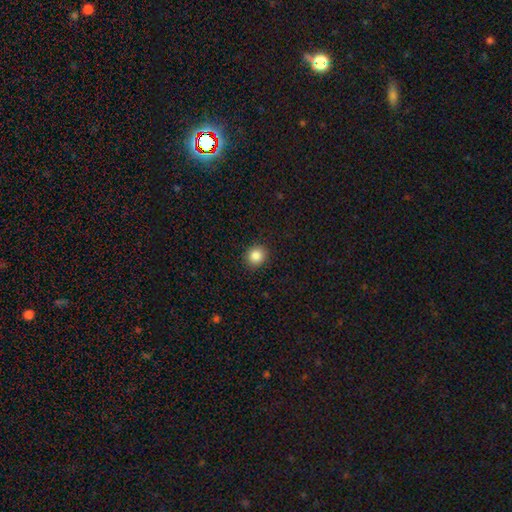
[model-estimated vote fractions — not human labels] Overall: smooth (86%). How rounded: round (86%). Merging: none (91%).